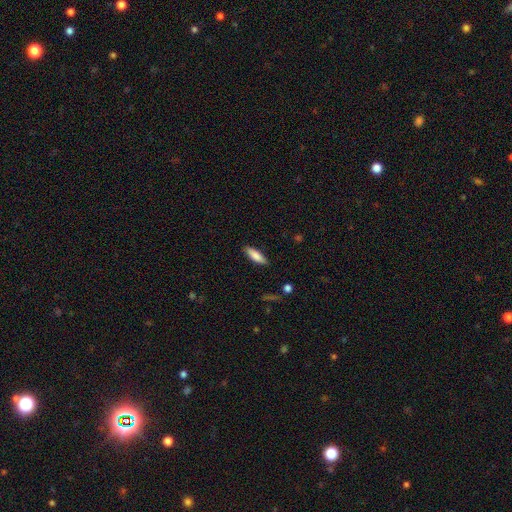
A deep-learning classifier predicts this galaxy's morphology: A smooth galaxy with no disk features (82%) that is cigar-shaped (49%, tied with in between).

Vote fractions:
- Smooth or featured? smooth: 82% / featured or disk: 12% / star or artifact: 6%
- How rounded? cigar-shaped: 49% (tied) / in between: 49% (tied) / round: 2%
- Merging? none: 87% / minor disturbance: 9% / major disturbance: 2% / merger: 1%